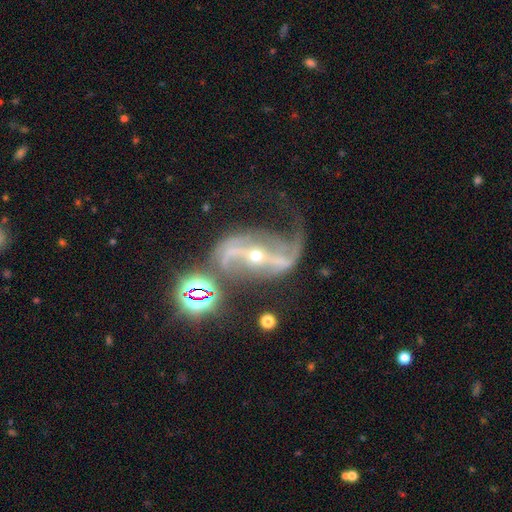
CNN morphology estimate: smooth_or_featured: featured or disk (p=0.88) [alt: star or artifact p=0.09]
disk_edge_on: no (p=0.95) [alt: yes p=0.05]
bar: strong (p=0.68) [alt: weak p=0.18]
has_spiral_arms: yes (p=0.96) [alt: no p=0.04]
spiral_winding: loose (p=0.62) [alt: medium p=0.30]
spiral_arm_count: 2 (p=0.91) [alt: 1 p=0.03]
bulge_size: small (p=0.66) [alt: moderate p=0.30]
merging: none (p=0.53) [alt: major disturbance p=0.21]